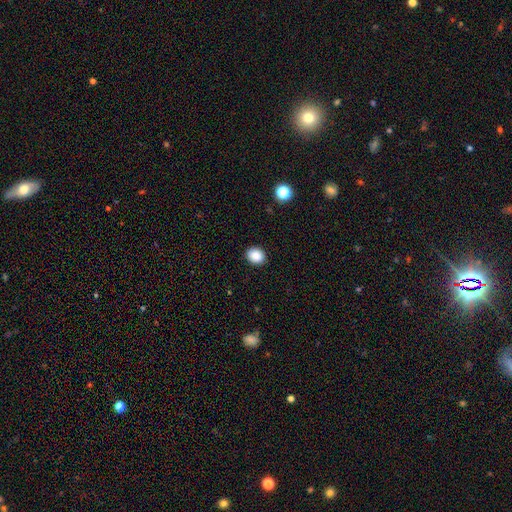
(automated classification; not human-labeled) This is clearly a smooth galaxy (87%). How rounded: likely round (63%). Merging: clearly none (91%).